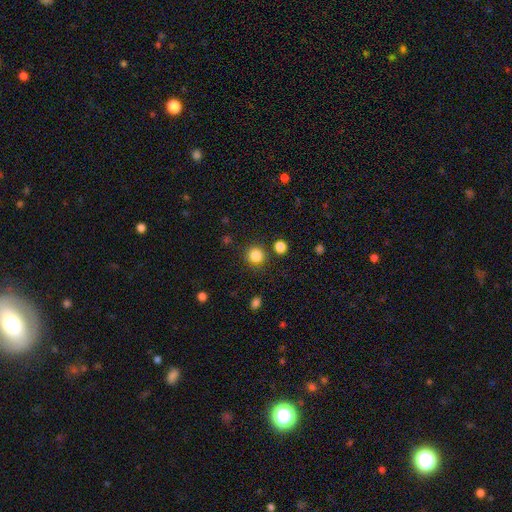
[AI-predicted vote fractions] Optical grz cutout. It shows a smooth galaxy with no disk features (84%) that is round (93%). Merging: none (84%).